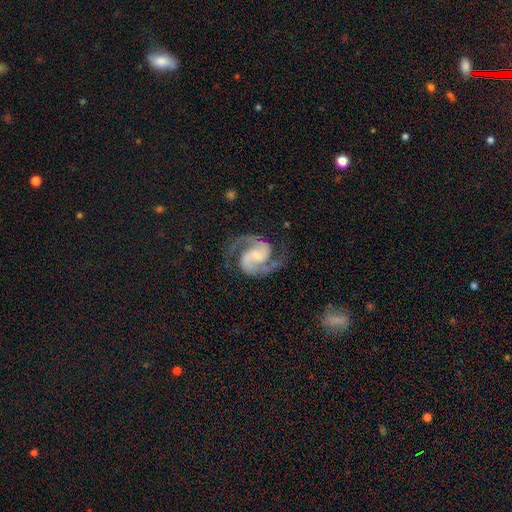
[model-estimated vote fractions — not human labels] smooth_or_featured: featured or disk (p=0.93) [alt: star or artifact p=0.04]
disk_edge_on: no (p=0.98) [alt: yes p=0.02]
bar: no (p=0.46) [alt: weak p=0.40]
has_spiral_arms: yes (p=0.99) [alt: no p=0.01]
spiral_winding: medium (p=0.66) [alt: tight p=0.22]
spiral_arm_count: 2 (p=0.94) [alt: 3 p=0.01]
bulge_size: small (p=0.57) [alt: moderate p=0.33]
merging: none (p=0.79) [alt: minor disturbance p=0.13]